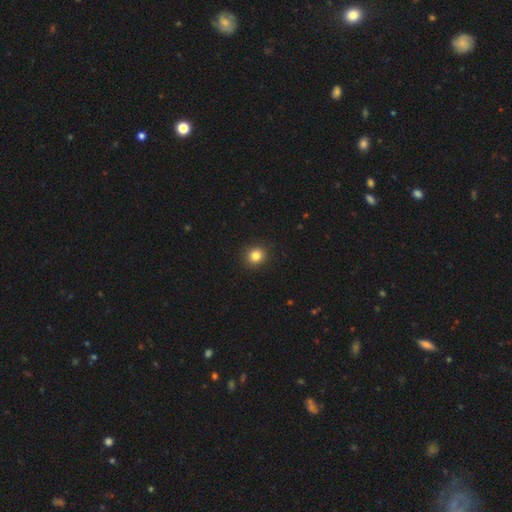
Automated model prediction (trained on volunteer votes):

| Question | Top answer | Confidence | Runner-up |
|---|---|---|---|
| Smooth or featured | smooth | 83% | star or artifact (12%) |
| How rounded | round | 88% | in between (11%) |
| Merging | none | 93% | minor disturbance (5%) |